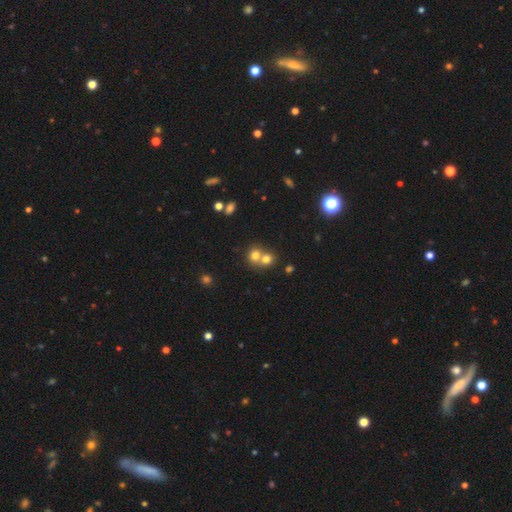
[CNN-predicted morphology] Smooth or featured?
  - smooth: 74% *
  - star or artifact: 13%
  - featured or disk: 13%
How rounded?
  - round: 79% *
  - in between: 20%
  - cigar-shaped: 1%
Merging?
  - merger: 59% *
  - none: 34%
  - minor disturbance: 5%
  - major disturbance: 2%